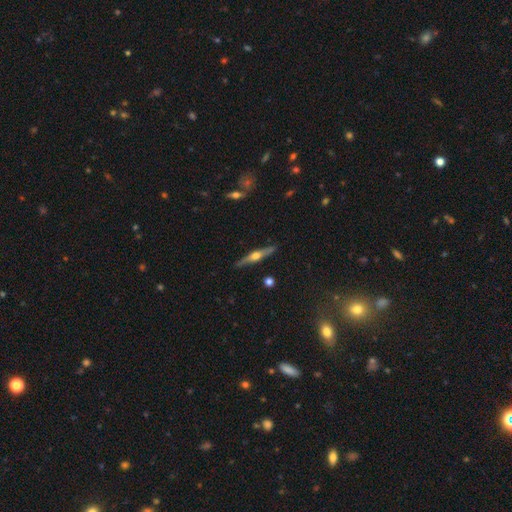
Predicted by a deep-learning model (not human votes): smooth-or-featured: featured or disk: 74% | smooth: 21% | star or artifact: 6%
  disk-edge-on: yes: 97% | no: 3%
    edge-on-bulge: rounded: 94% | boxy: 4% | none: 3%
  merging: none: 89% | minor disturbance: 8% | major disturbance: 2% | merger: 2%